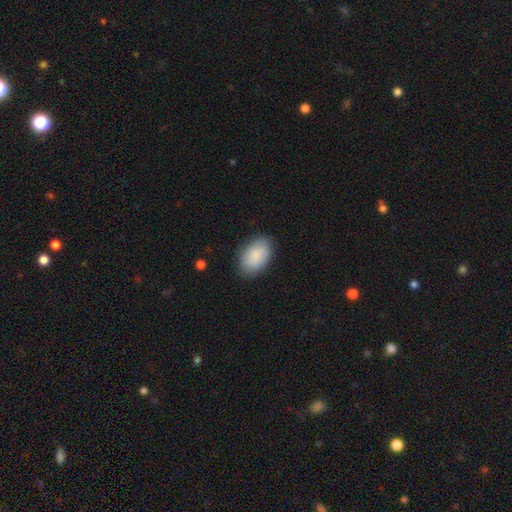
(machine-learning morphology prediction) smooth-or-featured: smooth: 84% | featured or disk: 10% | star or artifact: 6%
  how-rounded: in between: 91% | round: 8% | cigar-shaped: 1%
  merging: none: 82% | minor disturbance: 14% | major disturbance: 3% | merger: 1%